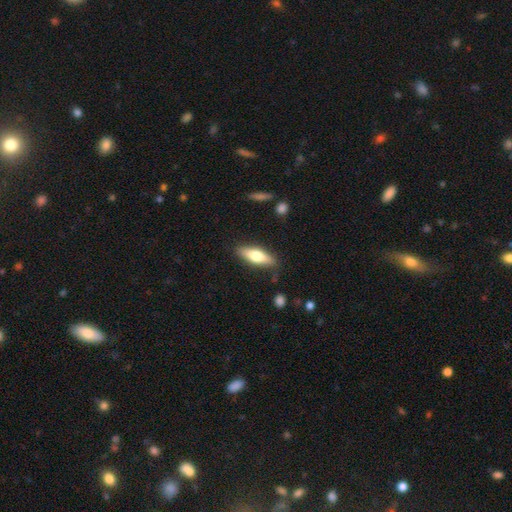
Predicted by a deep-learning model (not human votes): Smooth or featured? Predicted: smooth (p=0.61). How rounded? Predicted: in between (p=0.52). Merging? Predicted: none (p=0.83).